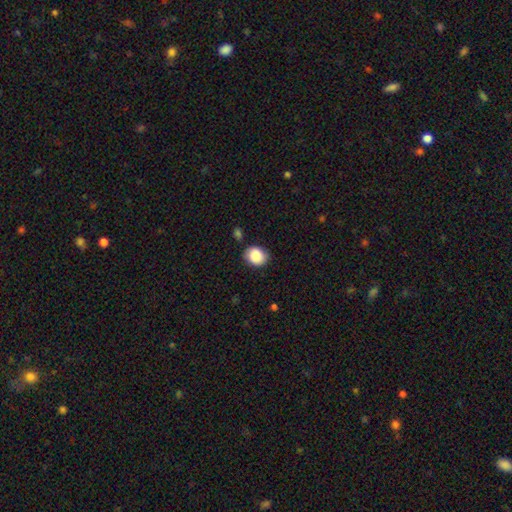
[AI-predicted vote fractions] A smooth galaxy with no disk features (88%) that is round (60%).

Vote fractions:
- Smooth or featured? smooth: 88% / star or artifact: 8% / featured or disk: 5%
- How rounded? round: 60% / in between: 39% / cigar-shaped: 1%
- Merging? none: 80% / minor disturbance: 14% / major disturbance: 3% / merger: 3%